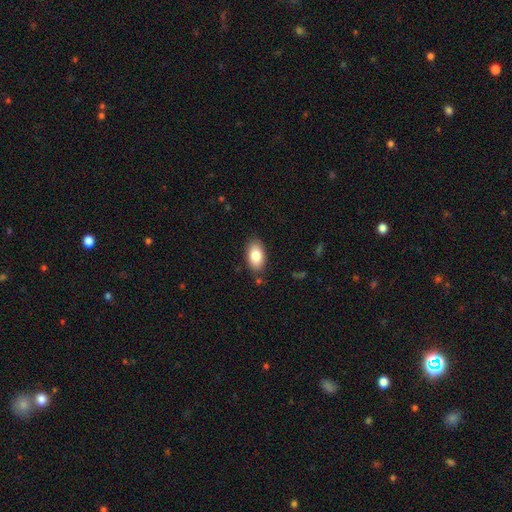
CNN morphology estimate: Overall: smooth (83%). How rounded: in between (93%). Merging: none (84%).